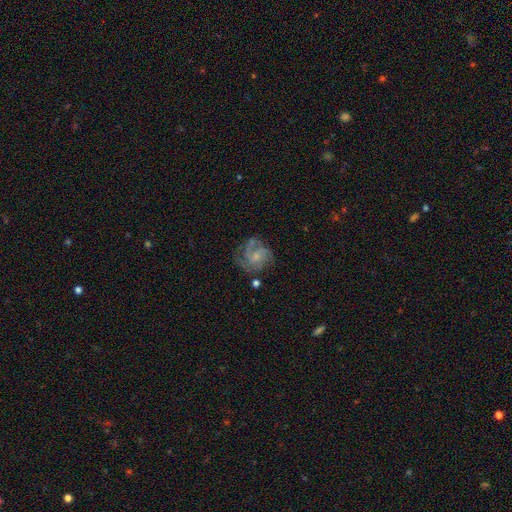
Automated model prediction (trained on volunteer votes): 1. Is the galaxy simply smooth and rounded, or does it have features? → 77% featured or disk, 15% smooth, 8% star or artifact.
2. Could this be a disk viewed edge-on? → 98% no, 2% yes.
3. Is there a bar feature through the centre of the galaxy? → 64% no, 32% weak, 4% strong.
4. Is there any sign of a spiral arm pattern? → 92% yes, 8% no.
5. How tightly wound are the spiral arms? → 44% medium, 41% tight, 15% loose.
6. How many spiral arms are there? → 40% 3, 21% can't tell, 15% 4, 14% 2, 6% 1, 5% more than 4.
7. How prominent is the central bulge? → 62% small, 26% moderate, 10% none, 2% large, 1% dominant.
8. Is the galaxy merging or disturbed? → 61% none, 21% minor disturbance, 15% major disturbance, 3% merger.